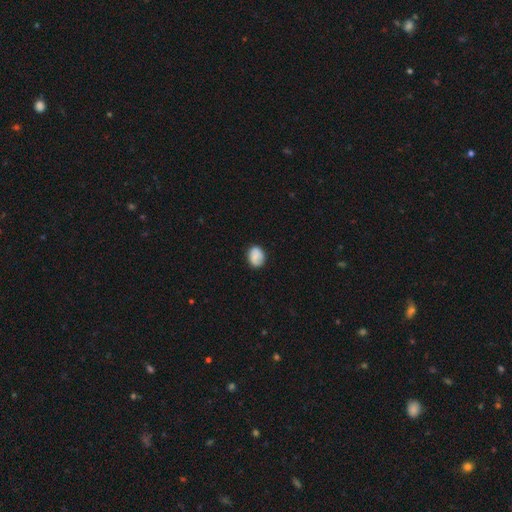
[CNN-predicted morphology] type=smooth (80%); roundness=in between (50%); merging=none (79%).